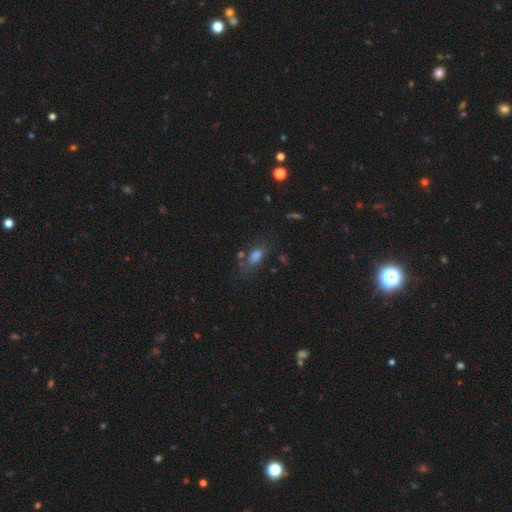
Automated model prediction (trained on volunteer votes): Smooth or featured? smooth (67%)
How rounded? in between (79%)
Merging? none (61%)